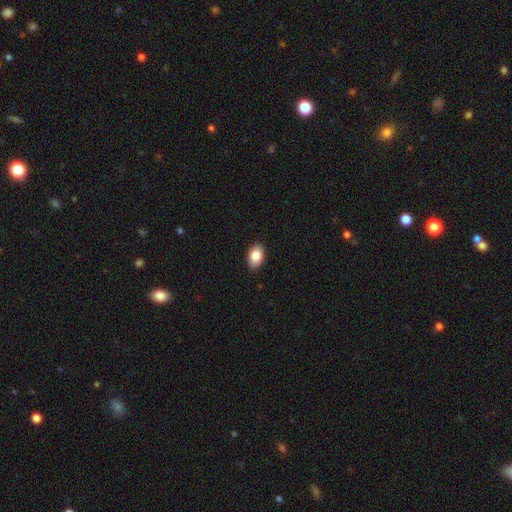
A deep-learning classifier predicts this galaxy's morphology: type=smooth (86%); roundness=in between (88%); merging=none (90%).